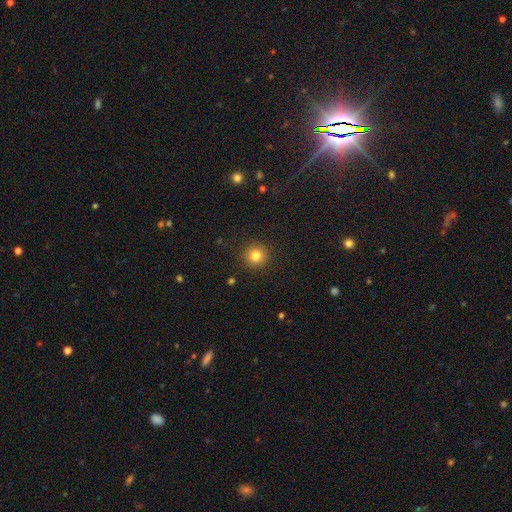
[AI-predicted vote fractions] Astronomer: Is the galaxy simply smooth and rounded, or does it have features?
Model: smooth — 81%.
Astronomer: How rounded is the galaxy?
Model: round — 95%.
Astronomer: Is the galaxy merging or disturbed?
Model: none — 91%.